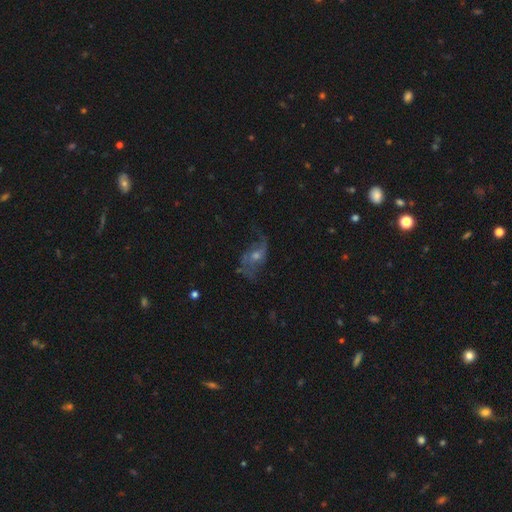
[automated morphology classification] smooth_or_featured: featured or disk (p=0.71) [alt: smooth p=0.17]
disk_edge_on: no (p=0.94) [alt: yes p=0.06]
bar: no (p=0.66) [alt: weak p=0.28]
has_spiral_arms: yes (p=0.85) [alt: no p=0.15]
spiral_winding: loose (p=0.74) [alt: medium p=0.20]
spiral_arm_count: 2 (p=0.81) [alt: can't tell p=0.08]
bulge_size: moderate (p=0.46) [alt: small p=0.45]
merging: none (p=0.57) [alt: minor disturbance p=0.20]